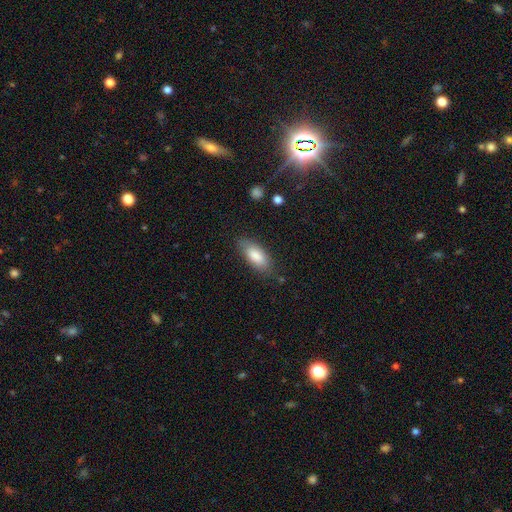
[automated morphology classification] A smooth galaxy with no disk features (84%) that is in between round and cigar-shaped (82%). Merging: none (78%).